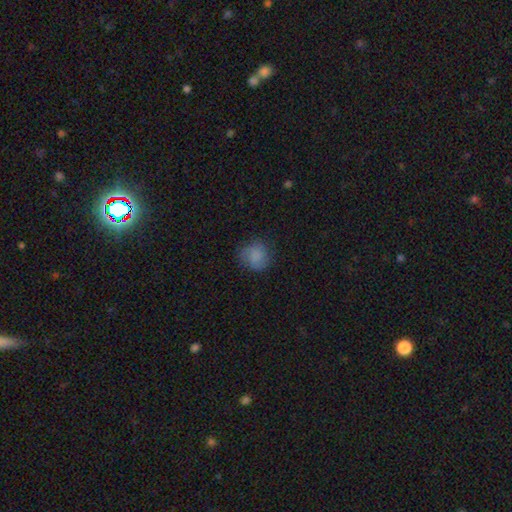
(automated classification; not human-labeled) Smooth or featured: smooth — 74% (featured or disk — 17%)
How rounded: round — 81% (in between — 18%)
Merging: none — 71% (minor disturbance — 20%)